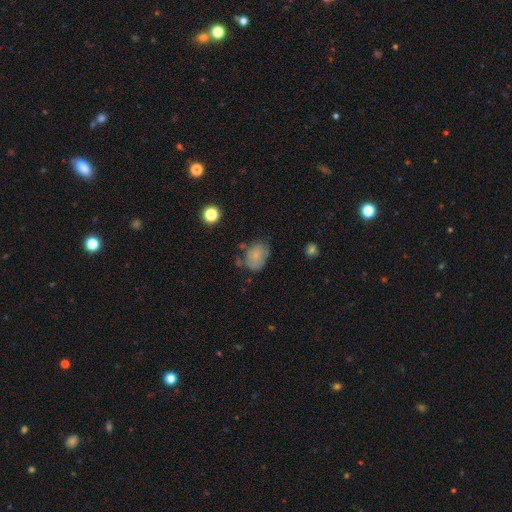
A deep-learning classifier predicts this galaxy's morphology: type=smooth (73%); roundness=in between (75%); merging=none (52%).